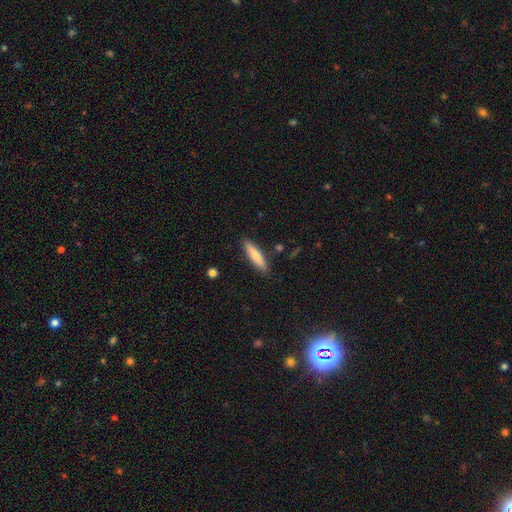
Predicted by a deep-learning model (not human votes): A smooth galaxy with no disk features (77%) that is cigar-shaped (80%). Merging: none (87%).